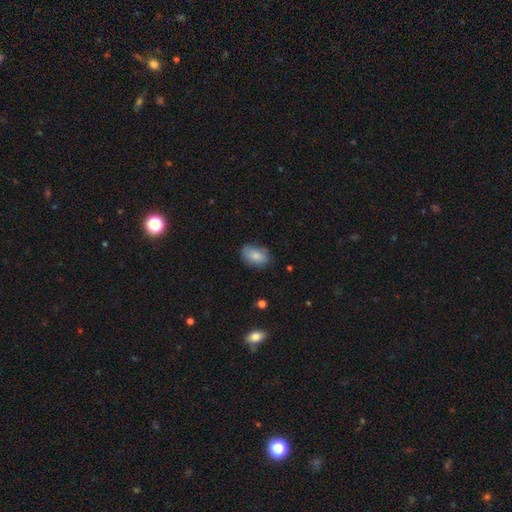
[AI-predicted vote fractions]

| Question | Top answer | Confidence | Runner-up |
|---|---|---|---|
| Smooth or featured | smooth | 81% | featured or disk (11%) |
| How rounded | in between | 86% | round (13%) |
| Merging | none | 71% | minor disturbance (23%) |